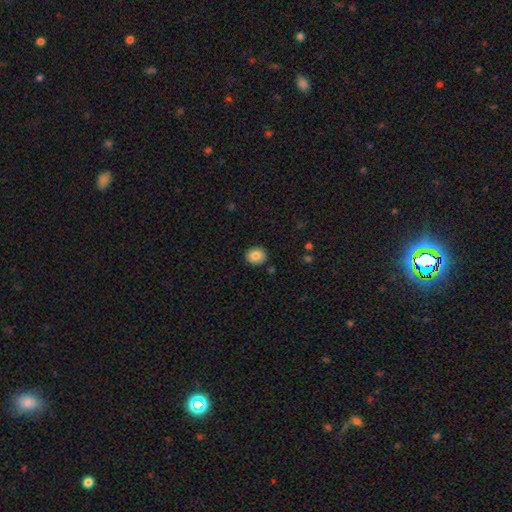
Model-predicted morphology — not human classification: Overall: smooth (85%). How rounded: round (73%). Merging: none (90%).